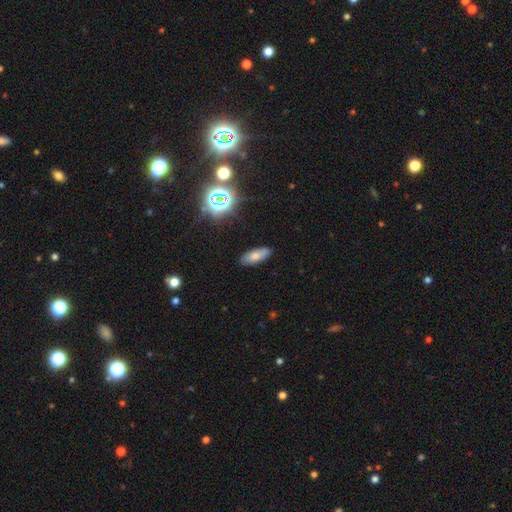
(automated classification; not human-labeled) smooth-or-featured: smooth: 70% | featured or disk: 16% | star or artifact: 14%
  how-rounded: in between: 75% | cigar-shaped: 22% | round: 3%
  merging: none: 87% | minor disturbance: 9% | major disturbance: 2% | merger: 1%